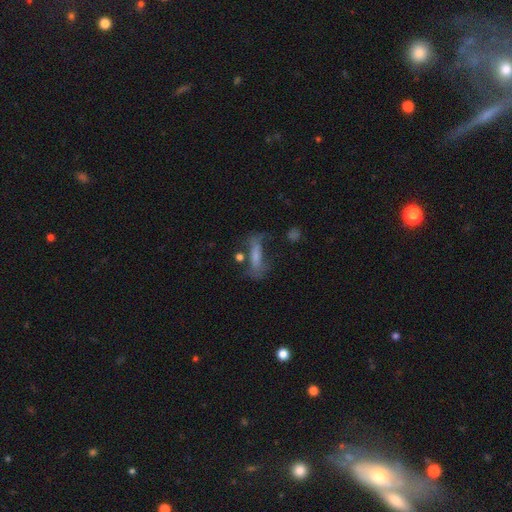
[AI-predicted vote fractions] smooth_or_featured: smooth (p=0.43) [alt: featured or disk p=0.40]
merging: none (p=0.47) [alt: major disturbance p=0.22]